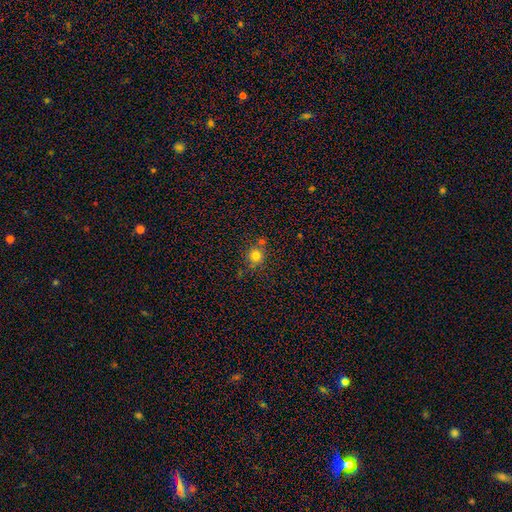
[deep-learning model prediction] A smooth galaxy with no disk features (78%) that is round (89%).

Vote fractions:
- Smooth or featured? smooth: 78% / star or artifact: 14% / featured or disk: 7%
- How rounded? round: 89% / in between: 10% / cigar-shaped: 1%
- Merging? none: 70% / merger: 16% / minor disturbance: 11% / major disturbance: 3%